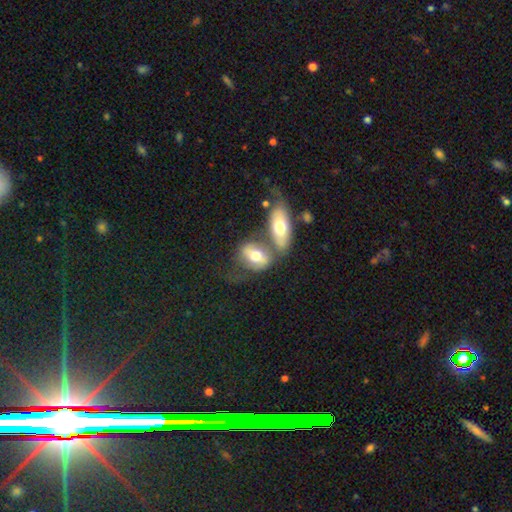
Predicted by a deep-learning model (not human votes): Smooth or featured?
  - smooth: 56% *
  - featured or disk: 37%
  - star or artifact: 7%
How rounded?
  - in between: 81% *
  - round: 14%
  - cigar-shaped: 5%
Merging?
  - merger: 46% *
  - none: 31%
  - minor disturbance: 14%
  - major disturbance: 10%